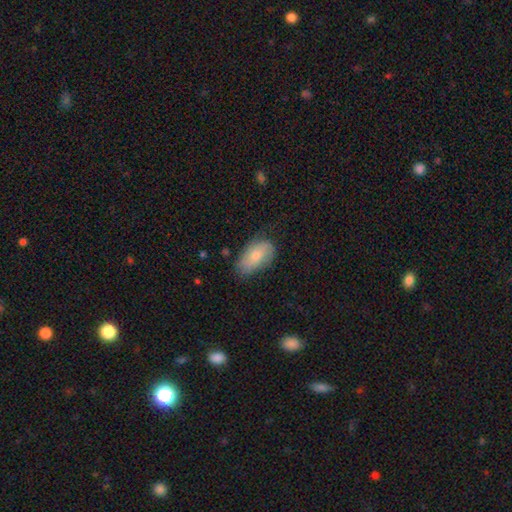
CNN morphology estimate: A smooth galaxy with no disk features (68%) that is in between round and cigar-shaped (92%).

Vote fractions:
- Smooth or featured? smooth: 68% / featured or disk: 25% / star or artifact: 6%
- How rounded? in between: 92% / round: 5% / cigar-shaped: 3%
- Merging? none: 66% / minor disturbance: 26% / major disturbance: 6% / merger: 2%